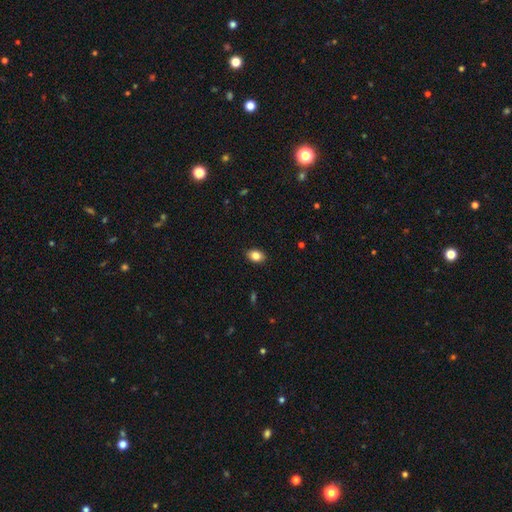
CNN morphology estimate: Smooth or featured? smooth (84%)
How rounded? in between (76%)
Merging? none (89%)